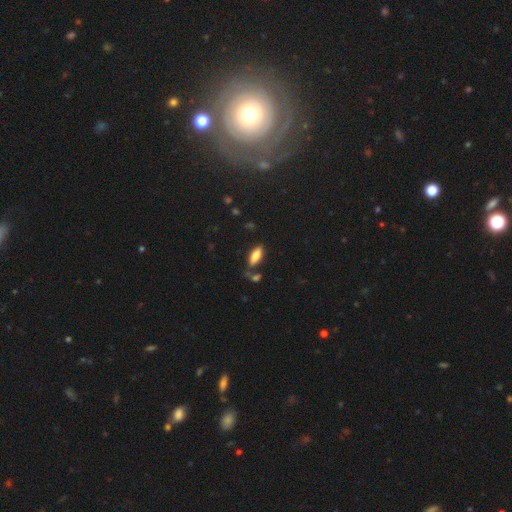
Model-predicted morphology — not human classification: Smooth or featured: smooth — 80% (featured or disk — 12%)
How rounded: in between — 78% (cigar-shaped — 20%)
Merging: none — 71% (minor disturbance — 14%)